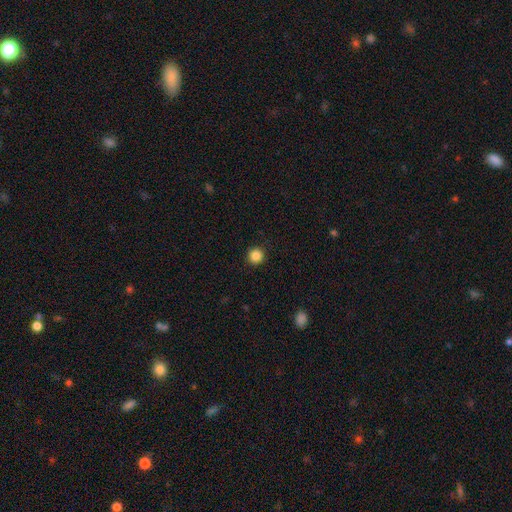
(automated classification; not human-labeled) This is clearly a smooth galaxy (86%). How rounded: clearly round (95%). Merging: clearly none (93%).